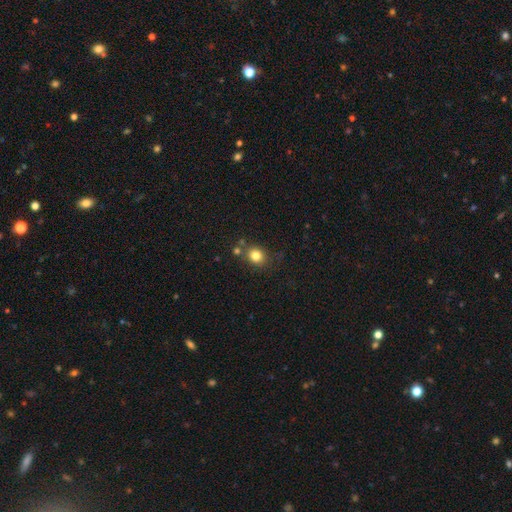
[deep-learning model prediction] Morphology: type=smooth (81%); roundness=round (76%); merging=none (71%).